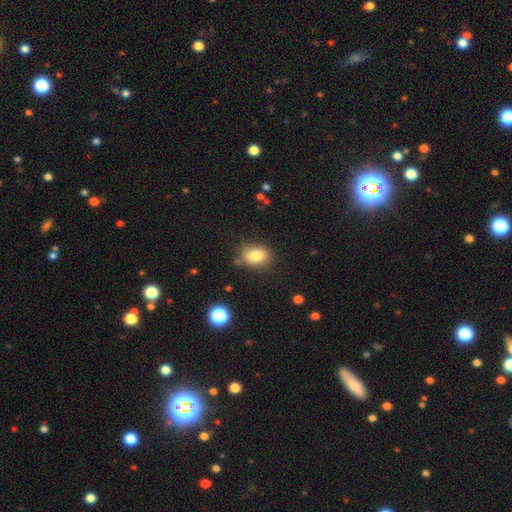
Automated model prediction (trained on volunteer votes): This appears to be a smooth galaxy with no disk features (81%) that is in between round and cigar-shaped (60%). Merging: none (78%).